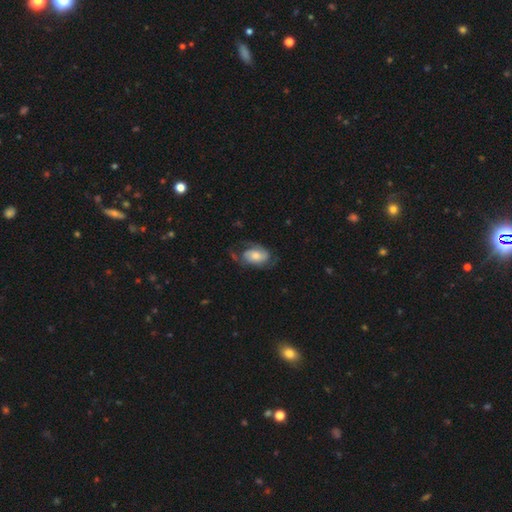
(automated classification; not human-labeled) Overall: featured or disk (55%; smooth 39%). Edge-on disk: no (96%). Bar: no (68%). Spiral arms: yes (80%). Bulge size: moderate (50%; small 26%). Merging: none (48%; minor disturbance 26%).